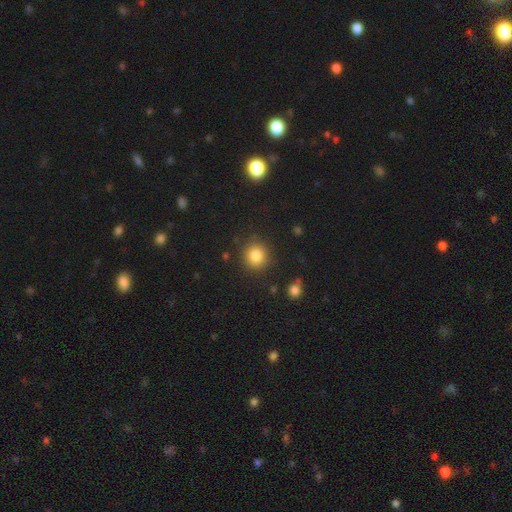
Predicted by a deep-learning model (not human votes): Overall: smooth (83%). How rounded: round (89%). Merging: none (87%).